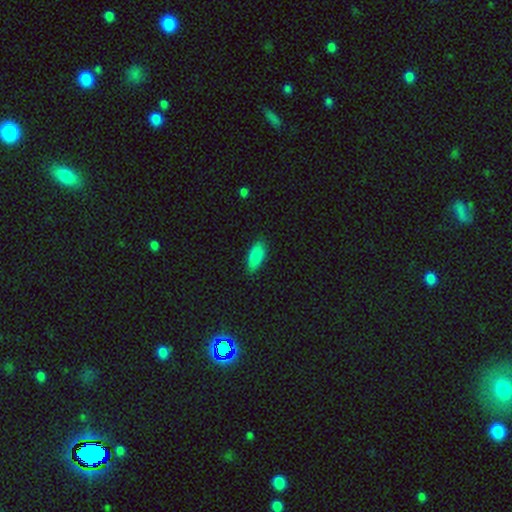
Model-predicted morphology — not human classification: A smooth galaxy with no disk features (87%) that is in between round and cigar-shaped (81%). Merging: none (84%).